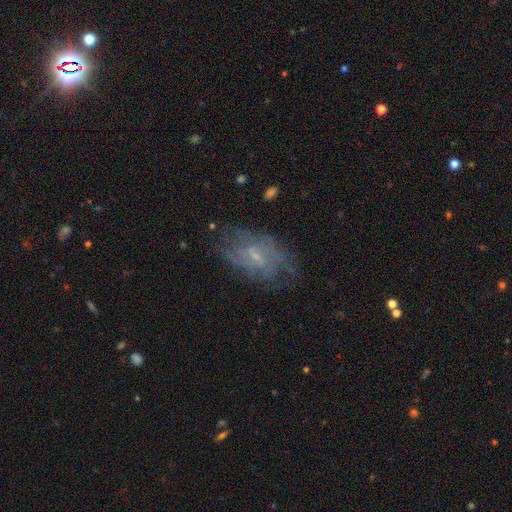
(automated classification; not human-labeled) A featured or disk galaxy (68%) with a weak bar (49%), medium (40%) spiral arms (78%) and a small central bulge (65%). Merging: none (64%).